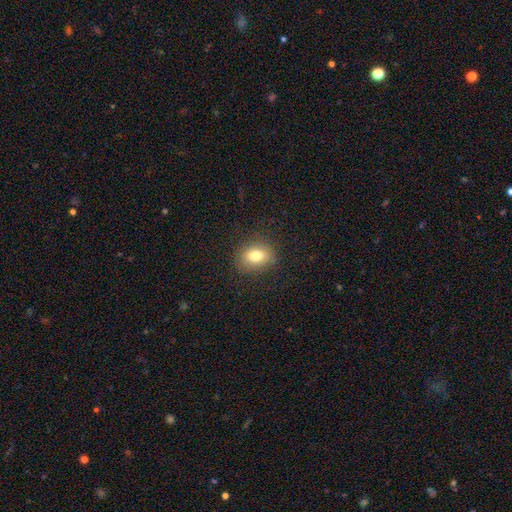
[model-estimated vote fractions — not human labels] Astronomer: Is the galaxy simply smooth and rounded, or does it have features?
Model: smooth — 80%.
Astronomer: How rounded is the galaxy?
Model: in between — 62%.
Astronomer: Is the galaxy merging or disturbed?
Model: none — 83%.